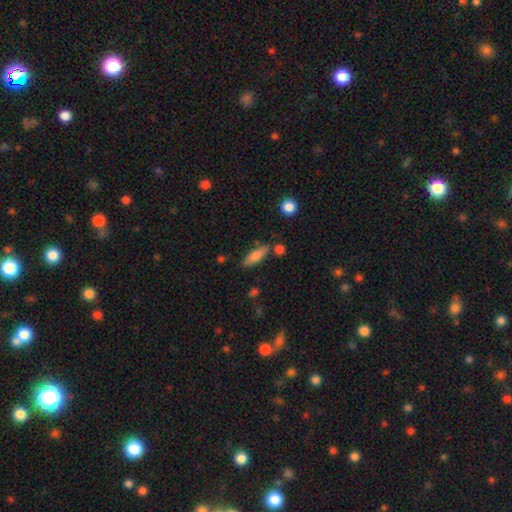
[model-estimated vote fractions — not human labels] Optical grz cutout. It shows a smooth galaxy with no disk features (73%) that is cigar-shaped (49%, tied with in between). Merging: none (73%).